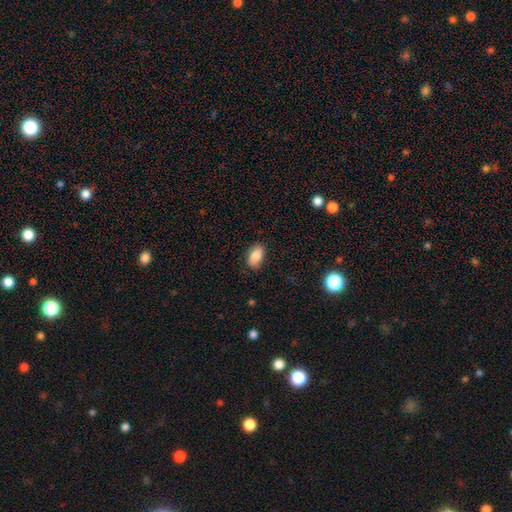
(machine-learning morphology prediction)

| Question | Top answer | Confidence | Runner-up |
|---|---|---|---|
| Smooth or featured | smooth | 83% | featured or disk (10%) |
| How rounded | in between | 92% | round (6%) |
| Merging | none | 83% | minor disturbance (13%) |